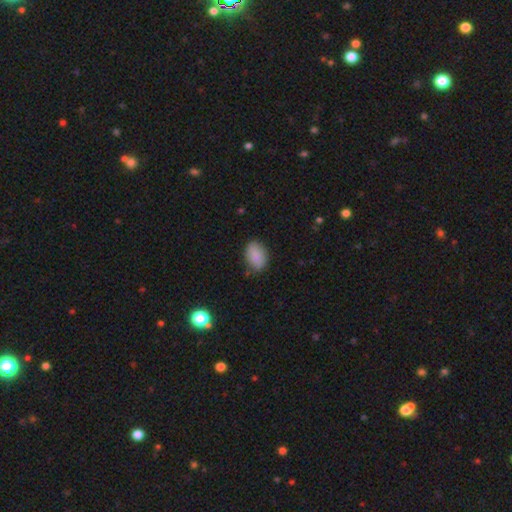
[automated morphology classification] smooth_or_featured: smooth (p=0.87) [alt: star or artifact p=0.08]
how_rounded: in between (p=0.85) [alt: round p=0.13]
merging: none (p=0.75) [alt: minor disturbance p=0.19]